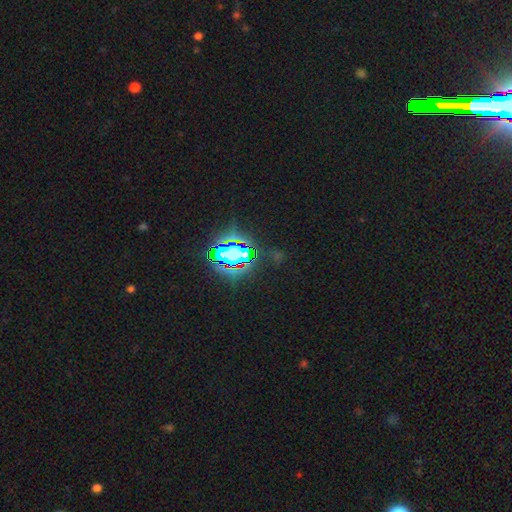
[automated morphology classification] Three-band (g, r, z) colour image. It shows a star or artifact, not a galaxy (83%).